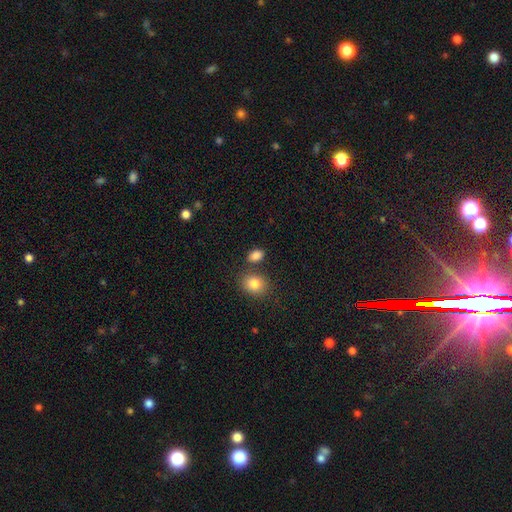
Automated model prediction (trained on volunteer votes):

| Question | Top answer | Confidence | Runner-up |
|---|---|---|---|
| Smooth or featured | smooth | 85% | star or artifact (10%) |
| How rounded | in between | 75% | round (23%) |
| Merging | none | 71% | merger (14%) |